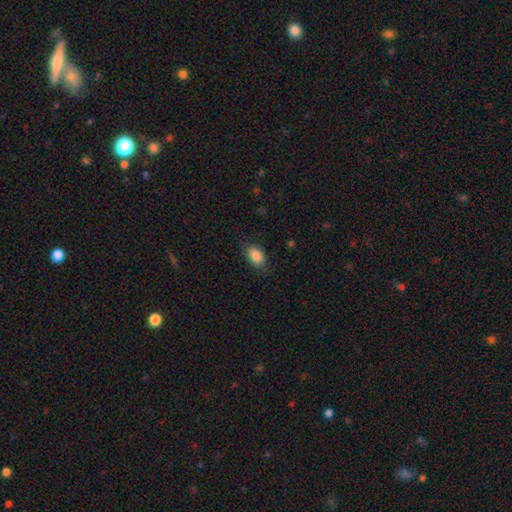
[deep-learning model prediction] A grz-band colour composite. It shows a smooth galaxy with no disk features (87%) that is in between round and cigar-shaped (89%). Merging: none (81%).